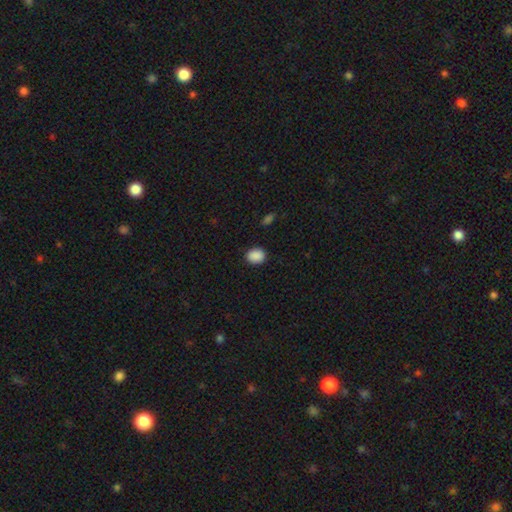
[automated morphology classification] Smooth or featured? smooth (89%)
How rounded? round (52%)
Merging? none (88%)